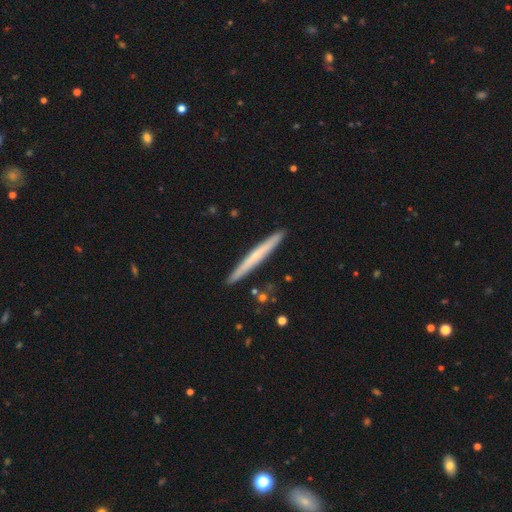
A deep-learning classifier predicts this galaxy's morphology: smooth_or_featured: featured or disk (p=0.48) [alt: smooth p=0.46]
merging: none (p=0.91) [alt: minor disturbance p=0.06]